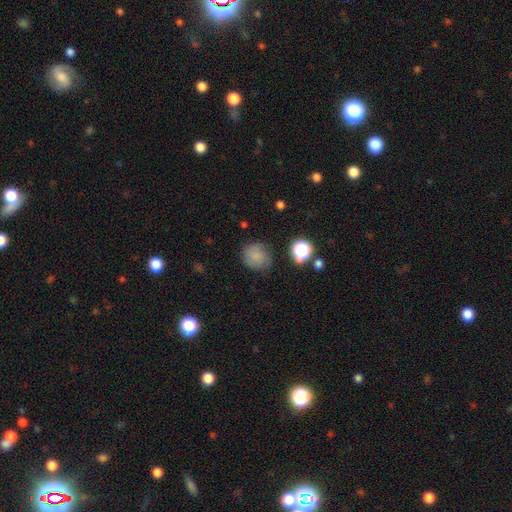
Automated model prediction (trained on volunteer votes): smooth_or_featured: smooth (p=0.77) [alt: star or artifact p=0.14]
how_rounded: round (p=0.84) [alt: in between p=0.15]
merging: none (p=0.73) [alt: minor disturbance p=0.19]